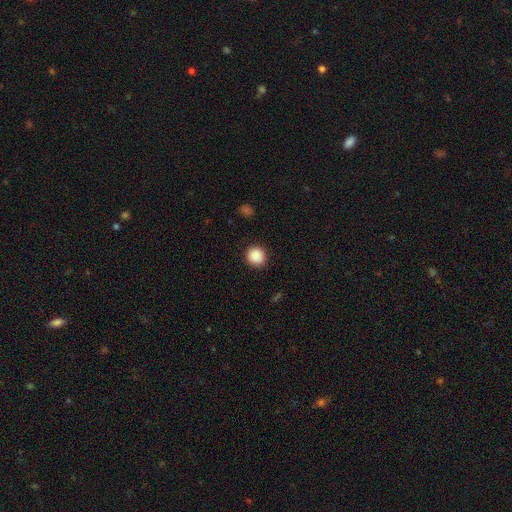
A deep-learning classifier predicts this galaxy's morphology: Smooth or featured?
  - smooth: 89% *
  - star or artifact: 9%
  - featured or disk: 3%
How rounded?
  - round: 91% *
  - in between: 8%
  - cigar-shaped: 1%
Merging?
  - none: 90% *
  - minor disturbance: 6%
  - major disturbance: 2%
  - merger: 1%